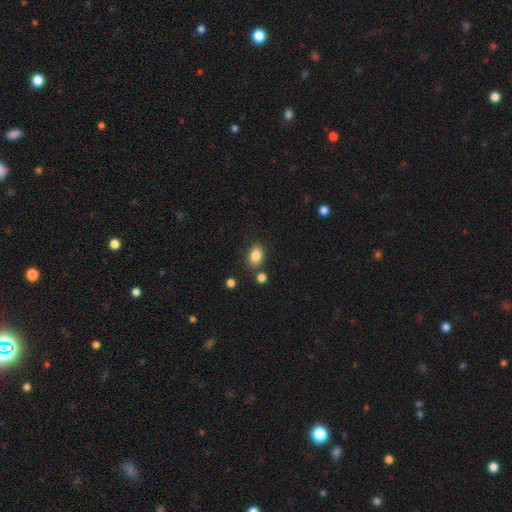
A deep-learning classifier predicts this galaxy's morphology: This is clearly a smooth galaxy (84%). How rounded: likely in between (75%). Merging: likely none (78%).